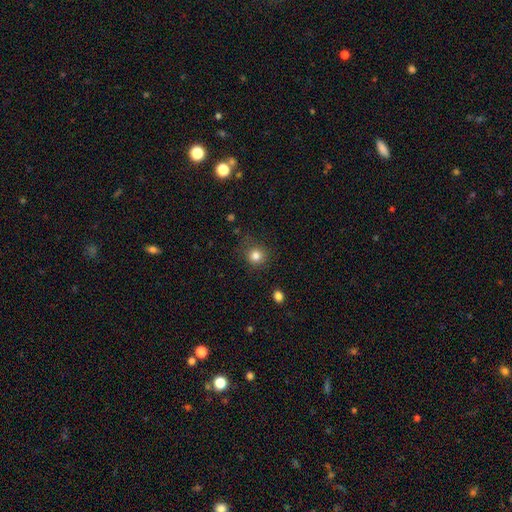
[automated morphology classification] Smooth or featured: smooth — 83% (star or artifact — 12%)
How rounded: round — 89% (in between — 10%)
Merging: none — 81% (minor disturbance — 13%)